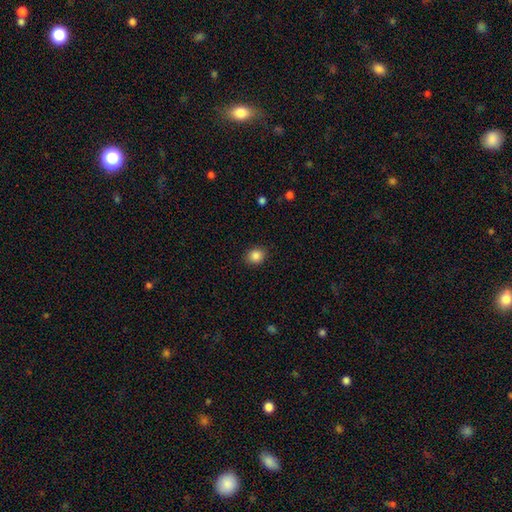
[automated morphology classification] Smooth or featured? Predicted: smooth (p=0.86). How rounded? Predicted: round (p=0.69). Merging? Predicted: none (p=0.90).